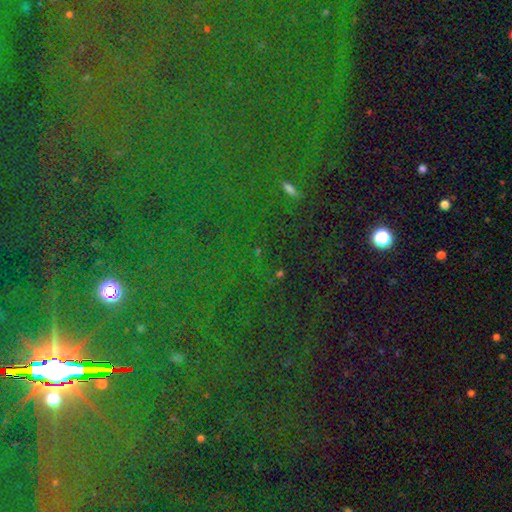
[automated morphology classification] A star or artifact, not a galaxy (84%).

Vote fractions:
- Smooth or featured? star or artifact: 84% / smooth: 9% / featured or disk: 7%